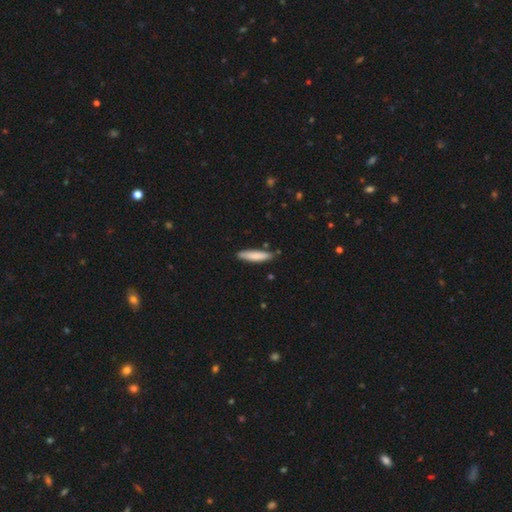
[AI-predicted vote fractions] The model was most divided on "how rounded": cigar-shaped: 82%, in between: 16%, round: 1%. More confident: merging — none (83%); smooth or featured — smooth (82%).